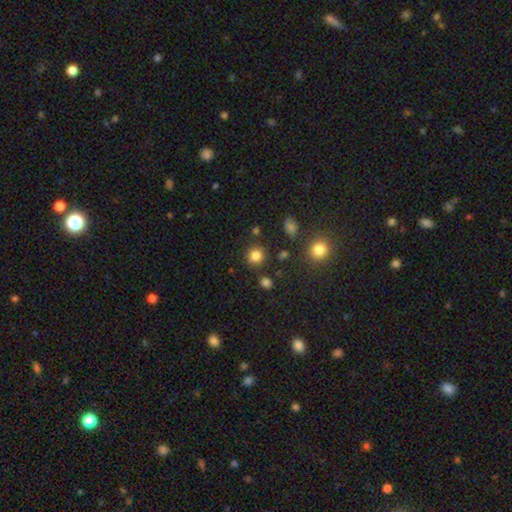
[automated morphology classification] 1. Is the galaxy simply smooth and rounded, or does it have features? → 83% smooth, 13% star or artifact, 5% featured or disk.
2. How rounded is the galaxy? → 89% round, 10% in between, 1% cigar-shaped.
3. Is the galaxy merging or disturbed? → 86% none, 8% minor disturbance, 4% merger, 3% major disturbance.